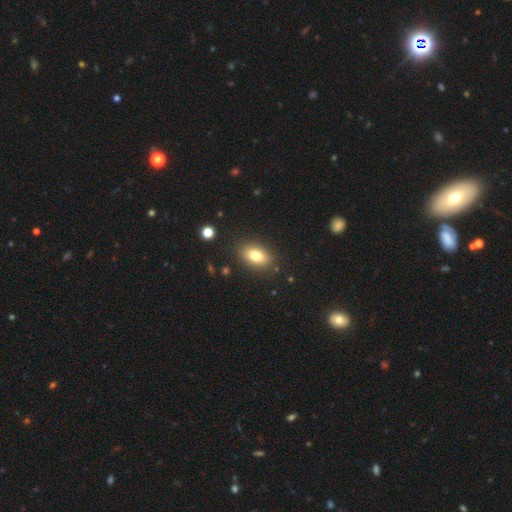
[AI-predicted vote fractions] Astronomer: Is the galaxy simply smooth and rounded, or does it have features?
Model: smooth — 79%.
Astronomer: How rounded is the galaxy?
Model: in between — 87%.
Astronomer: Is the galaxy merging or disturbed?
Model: none — 86%.